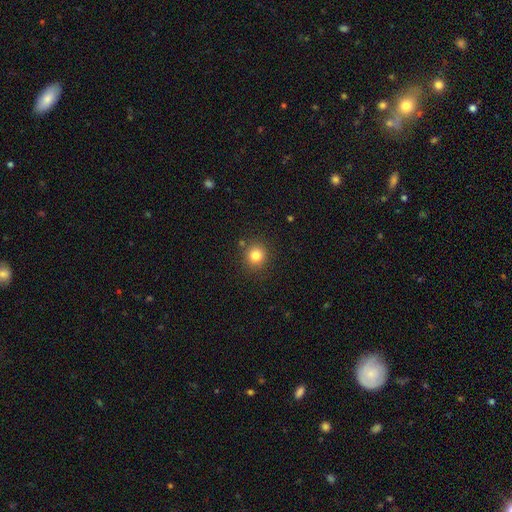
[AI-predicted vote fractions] Smooth or featured?
  - smooth: 81% *
  - star or artifact: 12%
  - featured or disk: 6%
How rounded?
  - round: 90% *
  - in between: 9%
  - cigar-shaped: 1%
Merging?
  - none: 87% *
  - minor disturbance: 8%
  - merger: 3%
  - major disturbance: 3%